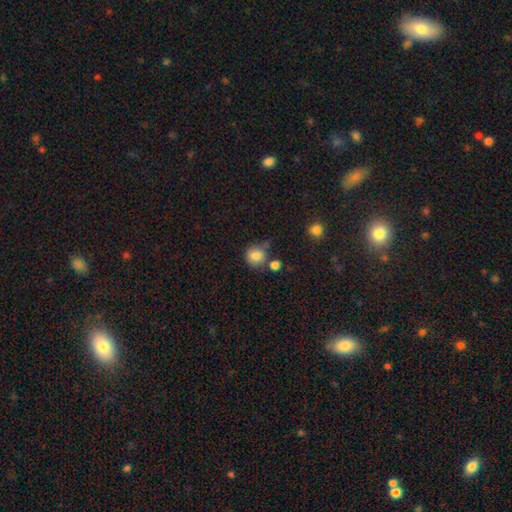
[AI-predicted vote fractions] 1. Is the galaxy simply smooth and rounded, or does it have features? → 84% smooth, 10% star or artifact, 6% featured or disk.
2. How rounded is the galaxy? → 87% round, 12% in between, 1% cigar-shaped.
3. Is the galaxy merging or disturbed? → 64% none, 17% minor disturbance, 14% merger, 5% major disturbance.